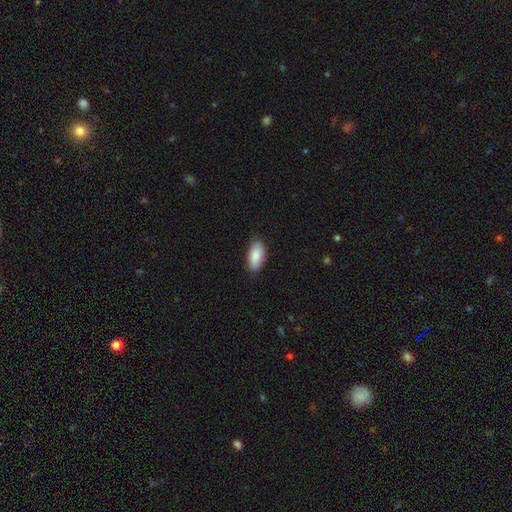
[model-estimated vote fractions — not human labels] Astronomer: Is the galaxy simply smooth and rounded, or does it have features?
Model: smooth — 87%.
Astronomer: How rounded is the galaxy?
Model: in between — 92%.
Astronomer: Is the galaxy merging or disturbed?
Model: none — 84%.